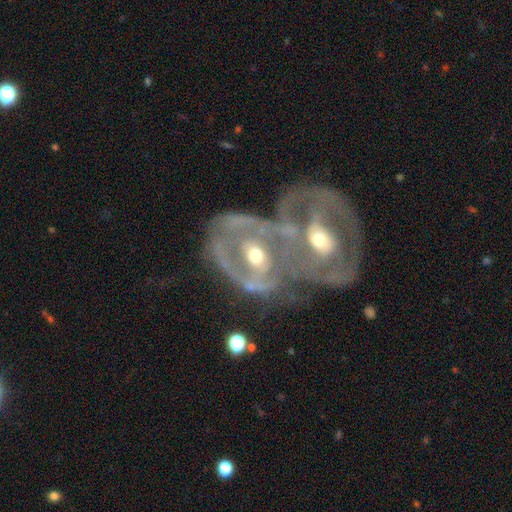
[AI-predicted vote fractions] Morphology: type=featured or disk (76%); edge-on=no (96%); bar=no (62%); spiral arms=yes (53%); bulge=moderate (66%); merging=merger (74%).